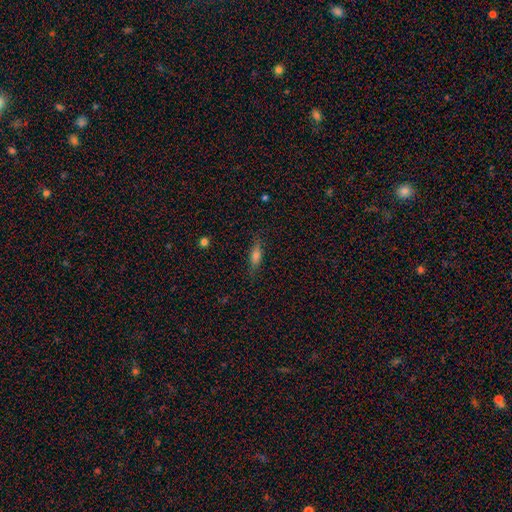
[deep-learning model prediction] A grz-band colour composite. It shows a smooth galaxy with no disk features (57%) that is cigar-shaped (52%). Merging: none (82%).